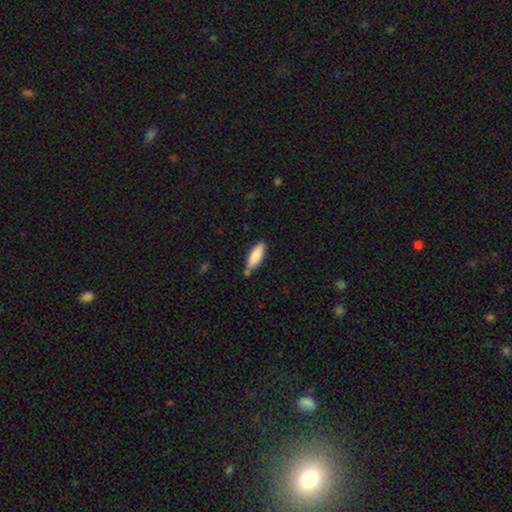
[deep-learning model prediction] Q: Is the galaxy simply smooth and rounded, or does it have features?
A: smooth — 83%.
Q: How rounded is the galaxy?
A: in between — 56%.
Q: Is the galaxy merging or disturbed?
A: none — 68%.